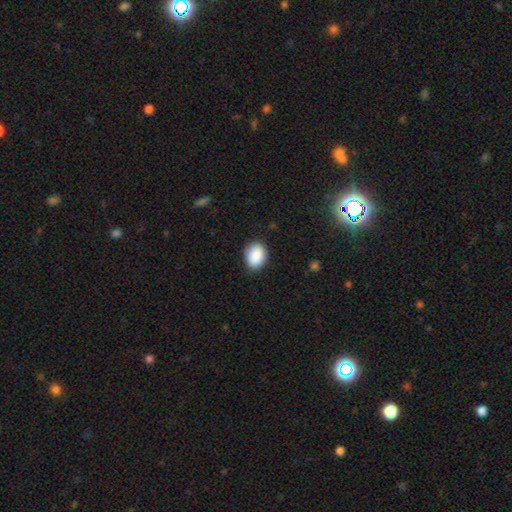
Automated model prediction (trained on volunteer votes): Smooth or featured? smooth (89%)
How rounded? in between (66%)
Merging? none (85%)